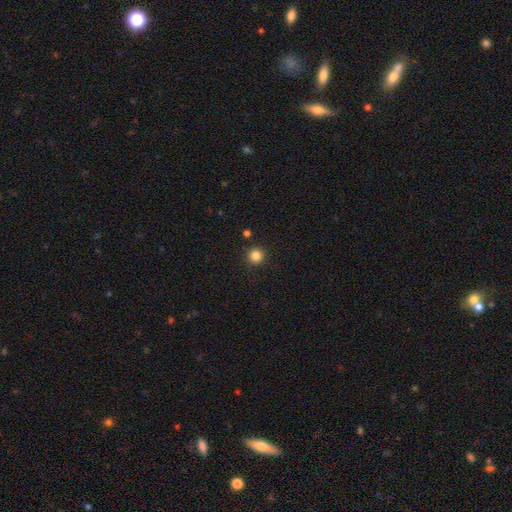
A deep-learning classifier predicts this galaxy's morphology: Smooth or featured? smooth (84%)
How rounded? round (96%)
Merging? none (90%)